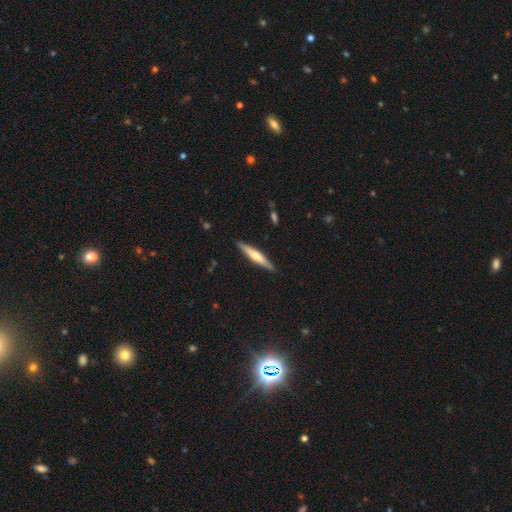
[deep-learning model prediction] smooth 48%, featured or disk 47%, star or artifact 5%. Down the decision tree: merging — none (88%).